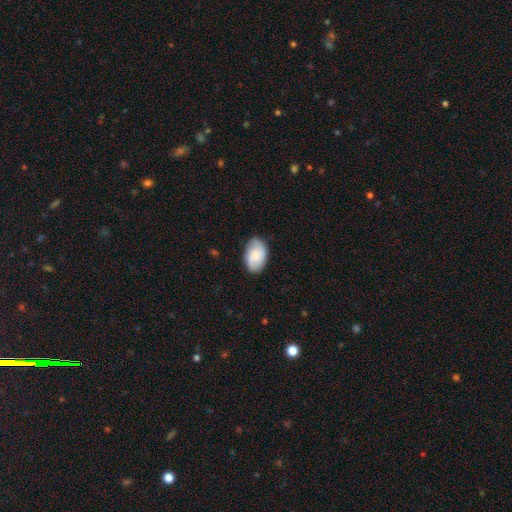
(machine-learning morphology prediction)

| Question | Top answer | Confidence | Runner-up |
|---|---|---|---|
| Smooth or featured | smooth | 68% | featured or disk (26%) |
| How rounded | in between | 91% | round (7%) |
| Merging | none | 82% | minor disturbance (14%) |